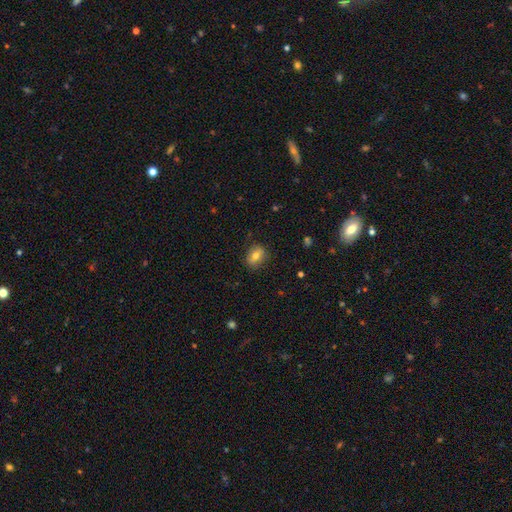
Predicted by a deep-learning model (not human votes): A smooth galaxy with no disk features (68%) that is in between round and cigar-shaped (55%). Merging: none (82%).